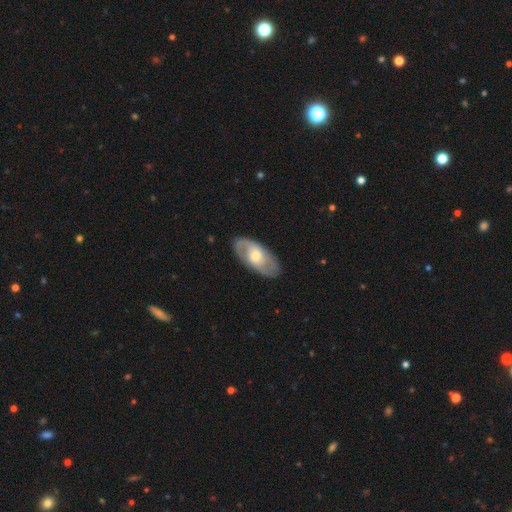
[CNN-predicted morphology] This appears to be a featured or disk galaxy (66%) with no bar (61%), spiral arms (74%) and a moderate central bulge (60%). Merging: none (83%).